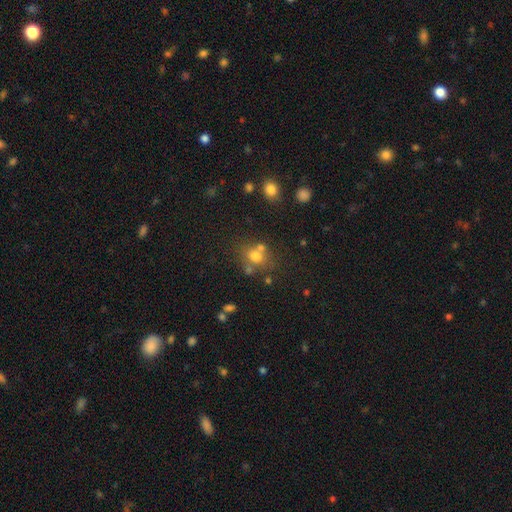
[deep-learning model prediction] Smooth or featured? smooth (70%)
How rounded? round (69%)
Merging? none (56%)